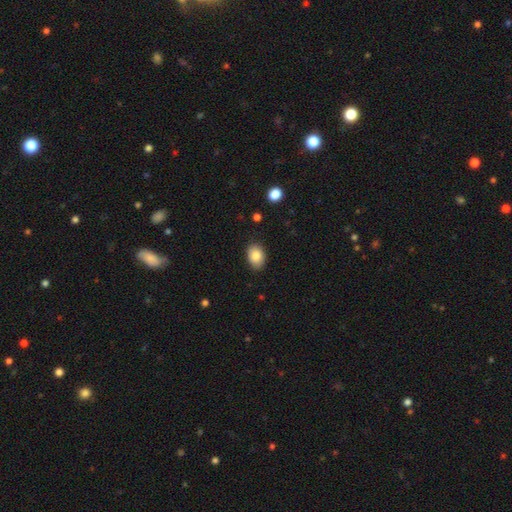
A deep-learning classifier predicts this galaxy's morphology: Overall: smooth (86%). How rounded: in between (78%). Merging: none (85%).